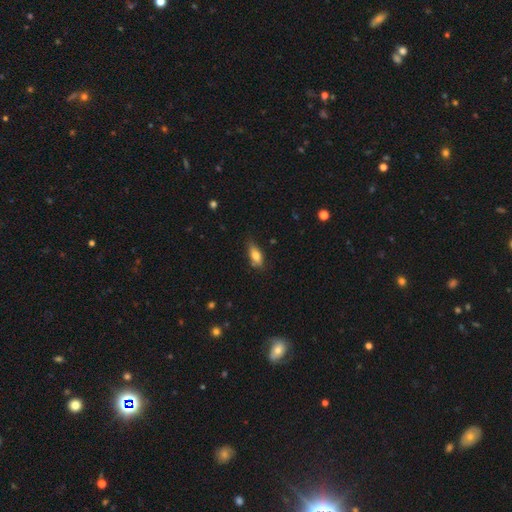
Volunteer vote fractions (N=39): A smooth galaxy with no disk features (82%) that is in between round and cigar-shaped (84%). Merging: none (50%).